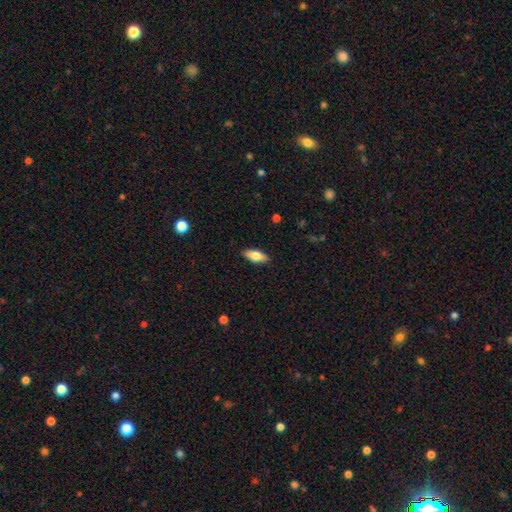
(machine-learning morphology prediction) Q: Smooth or featured?
A: smooth (71%); runner-up: featured or disk (23%)
Q: How rounded?
A: in between (78%); runner-up: cigar-shaped (19%)
Q: Merging?
A: none (89%); runner-up: minor disturbance (8%)